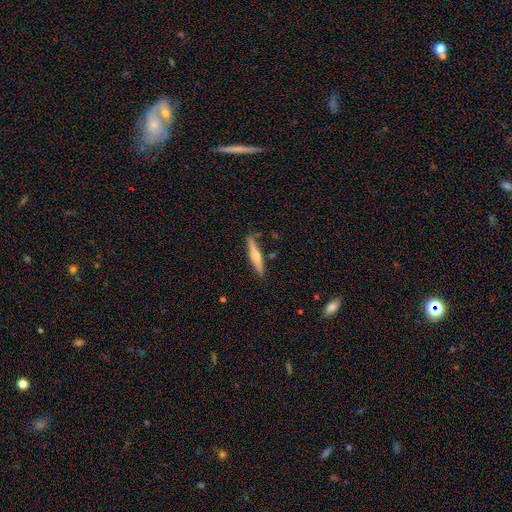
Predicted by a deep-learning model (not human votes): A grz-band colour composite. It shows a featured or disk galaxy (53%) viewed edge-on (96%) with a rounded central bulge (87%). Merging: none (83%).